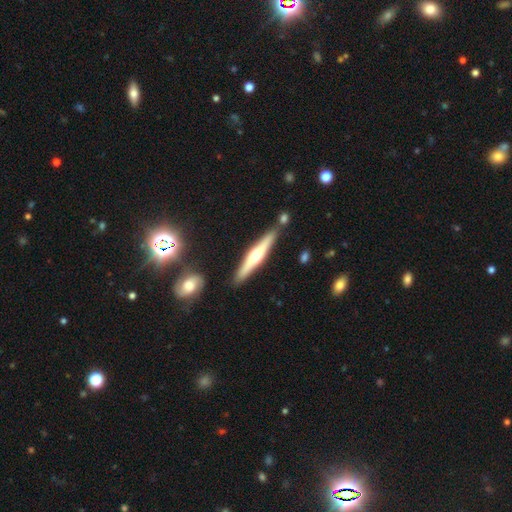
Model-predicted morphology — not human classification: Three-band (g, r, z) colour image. It shows a featured or disk galaxy (59%) viewed edge-on (95%) with a rounded central bulge (87%). Merging: none (83%).